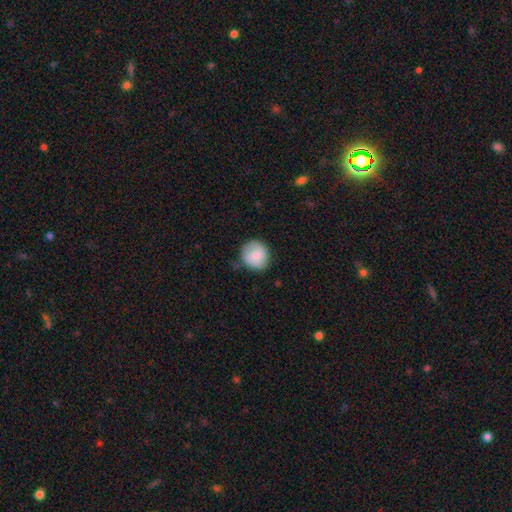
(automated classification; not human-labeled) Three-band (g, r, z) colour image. It shows a smooth galaxy with no disk features (76%) that is round (87%). Merging: none (76%).